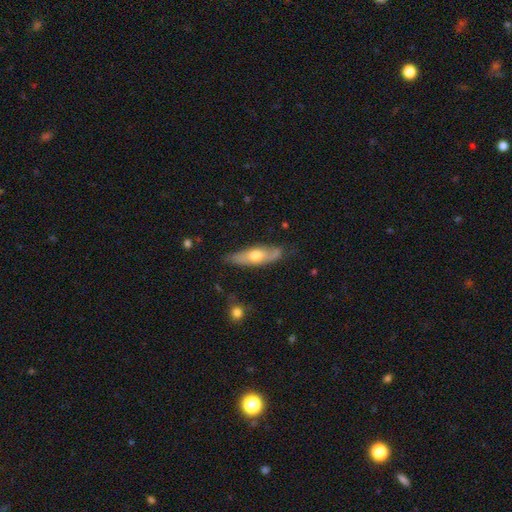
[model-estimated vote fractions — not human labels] smooth_or_featured: featured or disk (p=0.49) [alt: smooth p=0.46]
merging: none (p=0.74) [alt: minor disturbance p=0.20]